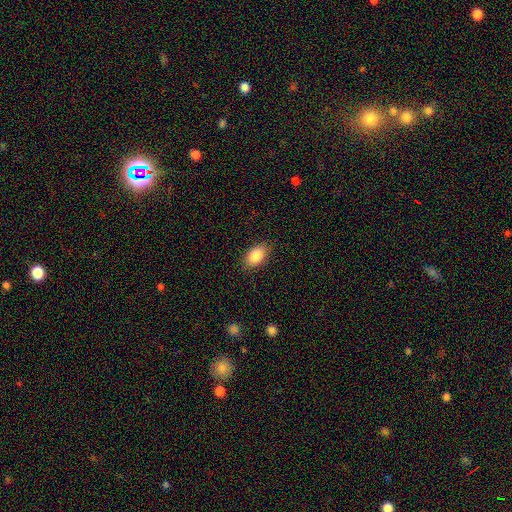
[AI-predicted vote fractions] Q: Smooth or featured?
A: smooth (86%); runner-up: star or artifact (7%)
Q: How rounded?
A: in between (90%); runner-up: round (8%)
Q: Merging?
A: none (85%); runner-up: minor disturbance (11%)